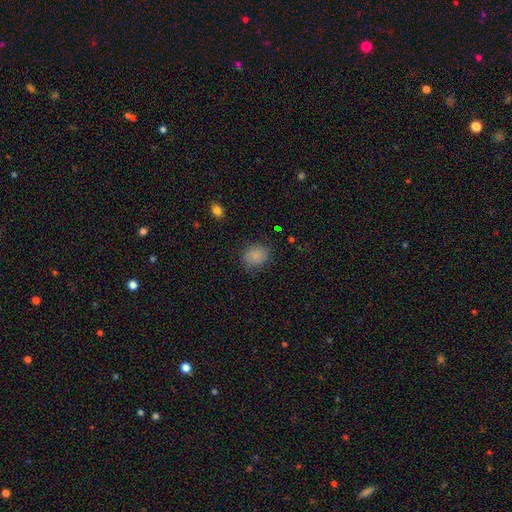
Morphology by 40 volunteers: Smooth or featured? smooth (80%)
How rounded? round (66%)
Merging? none (86%)